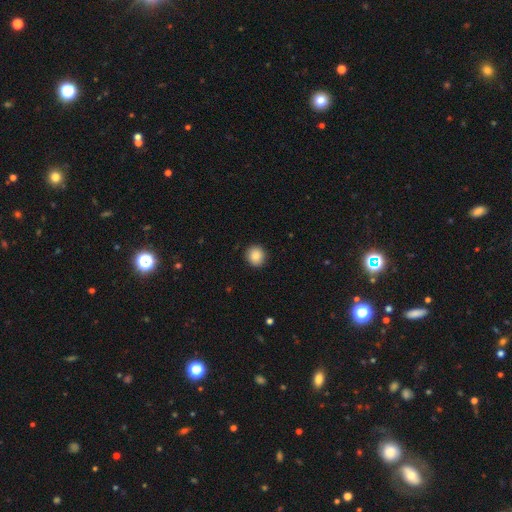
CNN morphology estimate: Smooth or featured: smooth — 87% (star or artifact — 9%)
How rounded: round — 87% (in between — 12%)
Merging: none — 91% (minor disturbance — 6%)